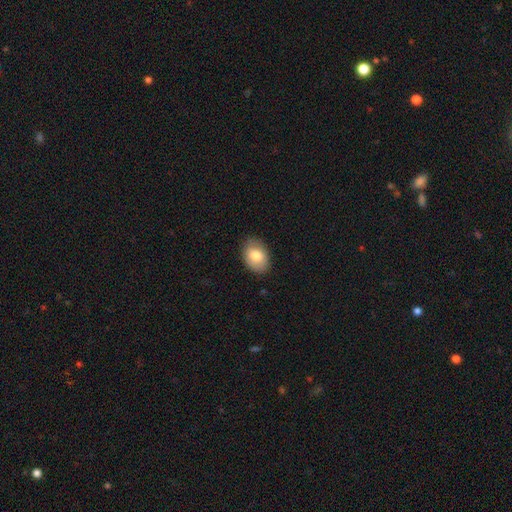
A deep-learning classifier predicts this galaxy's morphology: Smooth or featured?
  - smooth: 78% *
  - featured or disk: 15%
  - star or artifact: 7%
How rounded?
  - in between: 82% *
  - round: 17%
  - cigar-shaped: 1%
Merging?
  - none: 82% *
  - minor disturbance: 14%
  - major disturbance: 3%
  - merger: 1%